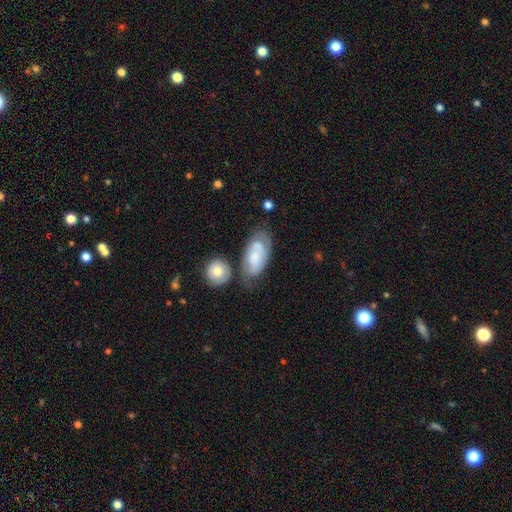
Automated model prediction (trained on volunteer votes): Overall: smooth (50%; featured or disk 44%). Merging: none (48%; minor disturbance 24%).